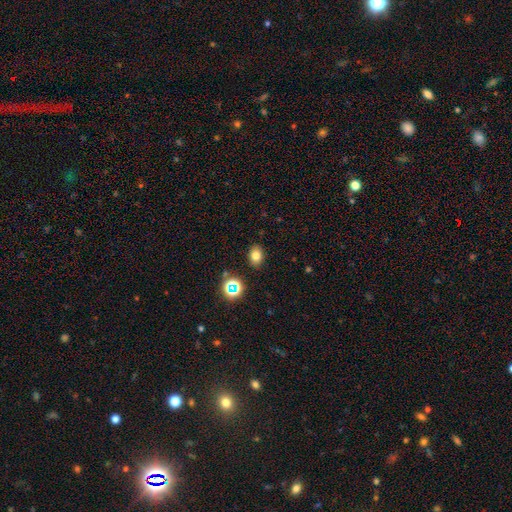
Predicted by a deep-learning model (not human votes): This is likely a smooth galaxy (76%). How rounded: likely in between (68%). Merging: clearly none (87%).